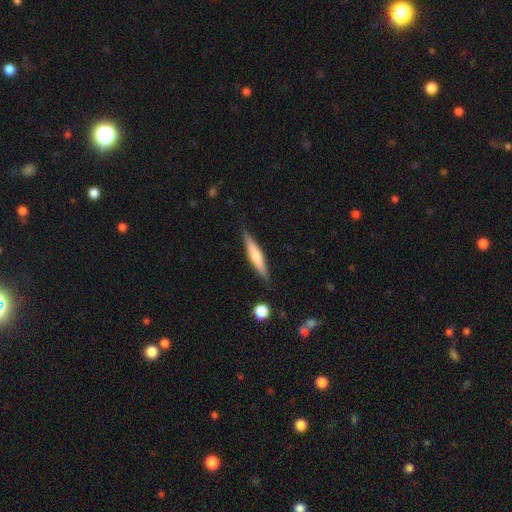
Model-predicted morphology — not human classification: This appears to be a smooth galaxy with no disk features (55%) that is cigar-shaped (90%). Merging: none (87%).